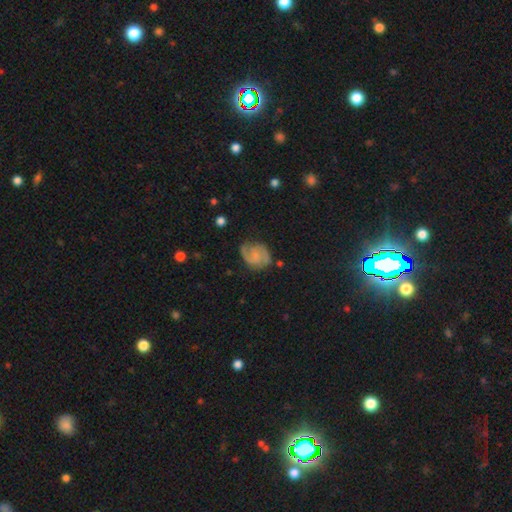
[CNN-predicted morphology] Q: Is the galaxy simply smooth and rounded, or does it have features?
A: featured or disk — 77%.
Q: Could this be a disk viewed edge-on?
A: no — 98%.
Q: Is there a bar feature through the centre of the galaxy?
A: no — 53%.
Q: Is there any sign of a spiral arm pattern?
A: yes — 95%.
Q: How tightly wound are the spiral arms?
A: medium — 50%.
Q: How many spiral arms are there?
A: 2 — 87%.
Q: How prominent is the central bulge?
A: small — 44%.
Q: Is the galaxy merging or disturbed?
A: none — 71%.